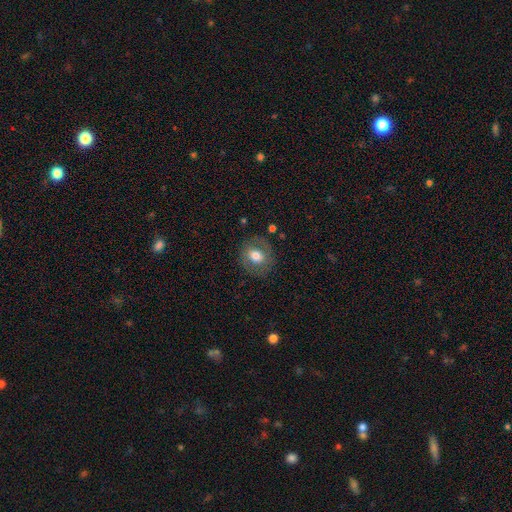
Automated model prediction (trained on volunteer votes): smooth 62%, featured or disk 29%, star or artifact 9%. Down the decision tree: how rounded — round (70%); merging — none (81%).